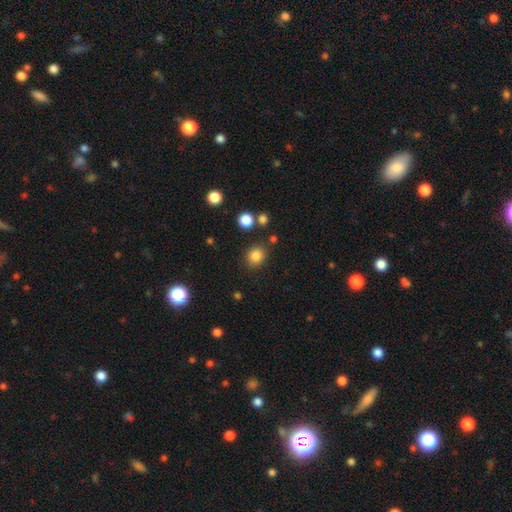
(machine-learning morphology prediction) Q: Smooth or featured?
A: smooth (84%); runner-up: star or artifact (12%)
Q: How rounded?
A: round (76%); runner-up: in between (23%)
Q: Merging?
A: none (84%); runner-up: minor disturbance (9%)